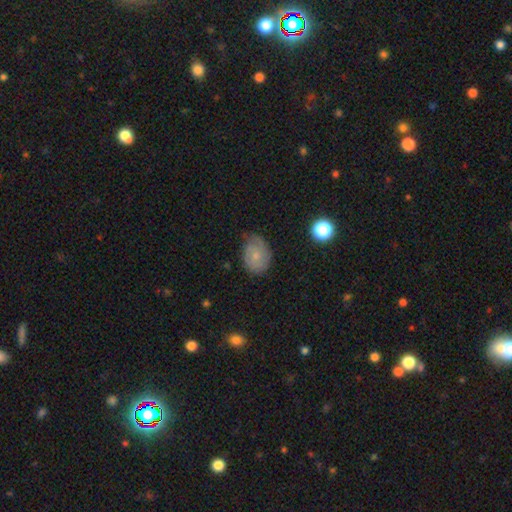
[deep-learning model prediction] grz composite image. It shows a smooth galaxy with no disk features (56%) that is in between round and cigar-shaped (64%). Merging: none (57%).